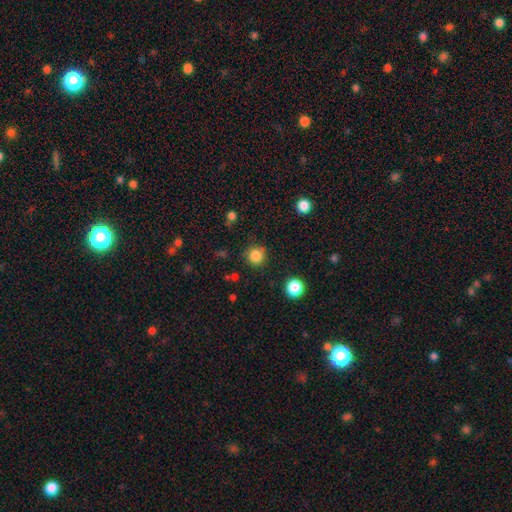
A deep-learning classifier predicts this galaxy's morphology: This appears to be a smooth galaxy with no disk features (83%) that is round (93%). Merging: none (85%).